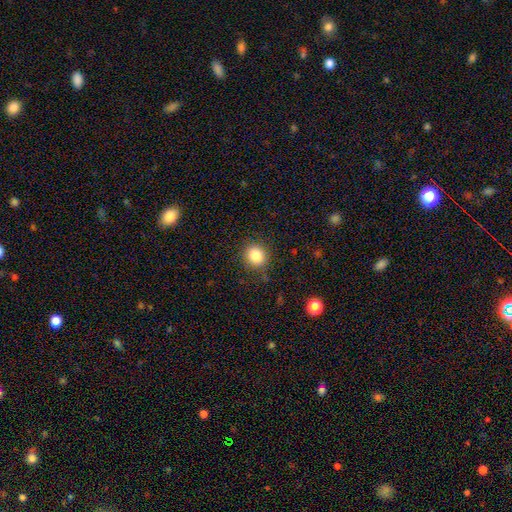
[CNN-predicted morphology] smooth-or-featured: smooth: 85% | star or artifact: 11% | featured or disk: 5%
  how-rounded: round: 84% | in between: 15% | cigar-shaped: 1%
  merging: none: 87% | minor disturbance: 9% | major disturbance: 3% | merger: 1%